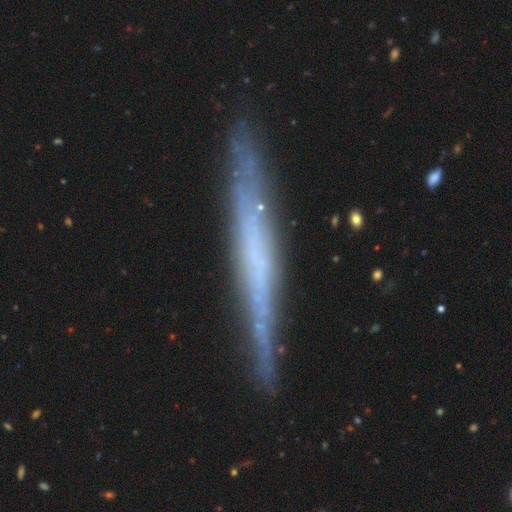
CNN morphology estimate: A featured or disk galaxy (71%) viewed edge-on (94%) with no central bulge (79%). Merging: none (84%).